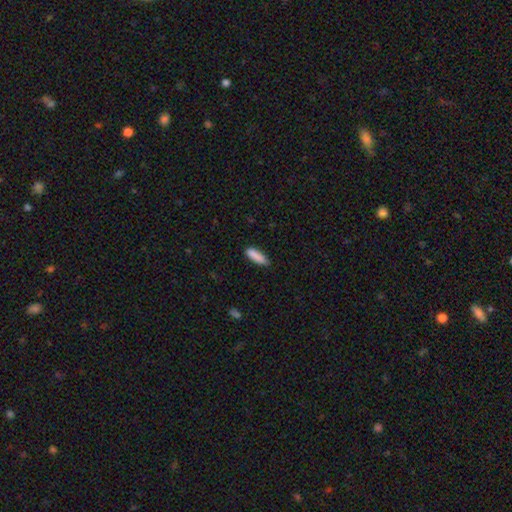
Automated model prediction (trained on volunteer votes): smooth_or_featured: smooth (p=0.88) [alt: star or artifact p=0.07]
how_rounded: cigar-shaped (p=0.61) [alt: in between p=0.38]
merging: none (p=0.84) [alt: minor disturbance p=0.13]